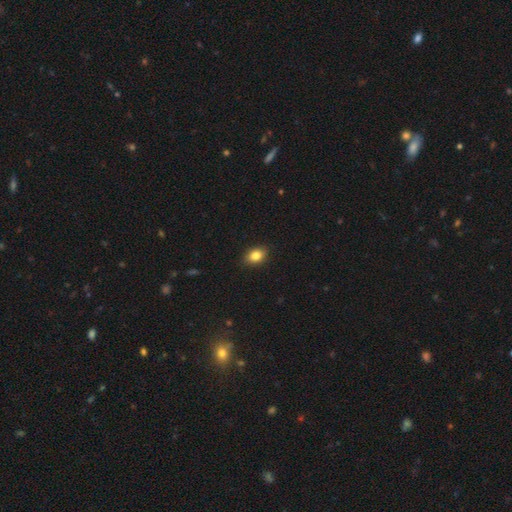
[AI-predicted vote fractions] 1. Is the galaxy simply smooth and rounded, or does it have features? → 84% smooth, 9% star or artifact, 7% featured or disk.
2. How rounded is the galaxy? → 72% in between, 26% round, 1% cigar-shaped.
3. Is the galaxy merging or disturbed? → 88% none, 9% minor disturbance, 2% major disturbance, 1% merger.